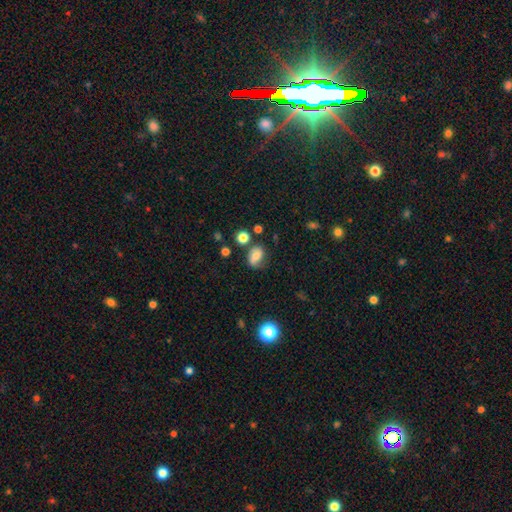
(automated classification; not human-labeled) Morphology: type=smooth (60%); roundness=in between (72%); merging=none (54%).